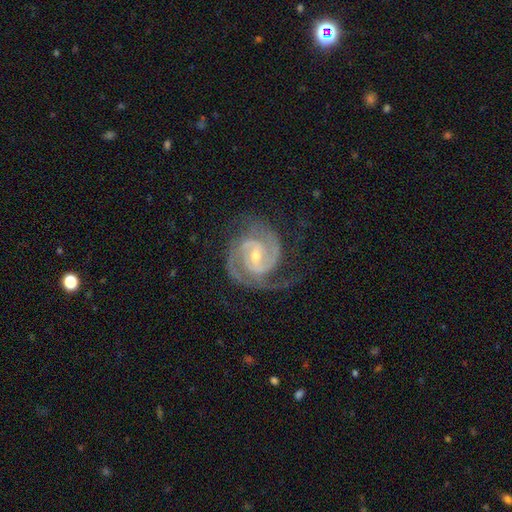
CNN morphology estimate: A featured or disk galaxy (93%) with a weak bar (51%), 2 (79%) tight (56%) spiral arms (99%) and a small central bulge (54%).

Vote fractions:
- Smooth or featured? featured or disk: 93% / star or artifact: 4% / smooth: 3%
- Edge-on disk? no: 98% / yes: 2%
- Bar? weak: 51% / no: 26% / strong: 22%
- Spiral arms? yes: 99% / no: 1%
- Spiral winding? tight: 56% / medium: 39% / loose: 5%
- Spiral arm count? 2: 79% / 3: 12% / can't tell: 4% / 4: 2% / 1: 2% / more than 4: 2%
- Bulge size? small: 54% / moderate: 43% / large: 1% / none: 1% / dominant: 1%
- Merging? none: 71% / minor disturbance: 18% / major disturbance: 10% / merger: 1%